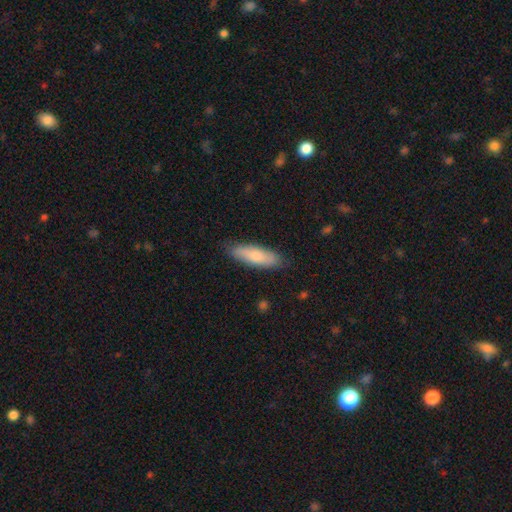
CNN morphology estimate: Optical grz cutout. It shows a smooth galaxy with no disk features (76%) that is in between round and cigar-shaped (50%). Merging: none (84%).